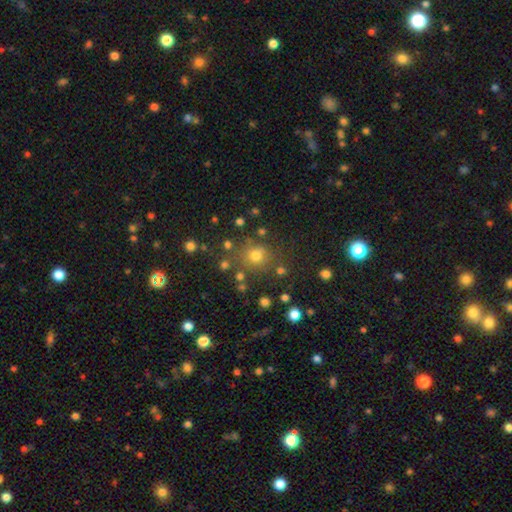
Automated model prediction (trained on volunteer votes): smooth_or_featured: smooth (p=0.71) [alt: star or artifact p=0.20]
how_rounded: round (p=0.87) [alt: in between p=0.12]
merging: none (p=0.77) [alt: minor disturbance p=0.11]